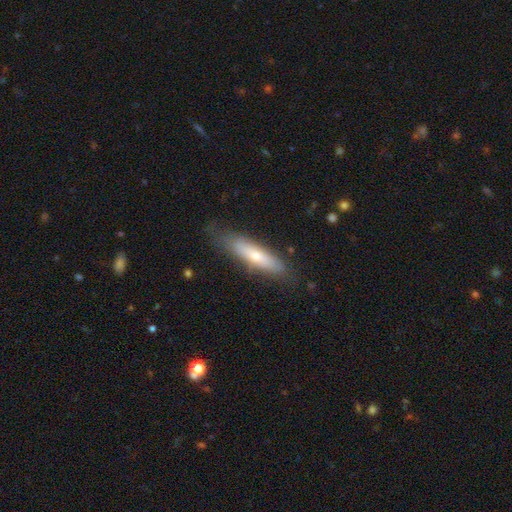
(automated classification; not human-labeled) smooth_or_featured: smooth (p=0.56) [alt: featured or disk p=0.37]
how_rounded: cigar-shaped (p=0.73) [alt: in between p=0.25]
merging: none (p=0.77) [alt: minor disturbance p=0.17]